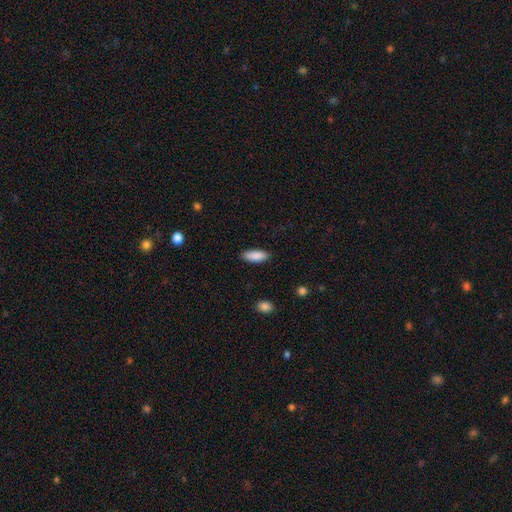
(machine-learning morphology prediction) type=smooth (89%); roundness=in between (75%); merging=none (87%).